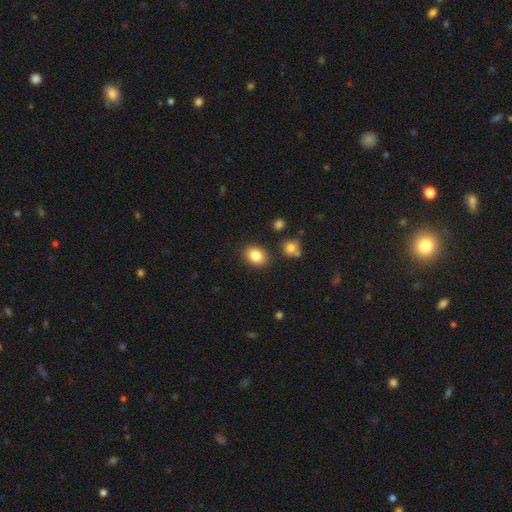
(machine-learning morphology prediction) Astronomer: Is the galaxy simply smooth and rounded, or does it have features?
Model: smooth — 84%.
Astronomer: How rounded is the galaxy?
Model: in between — 65%.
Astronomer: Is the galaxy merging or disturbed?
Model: none — 86%.